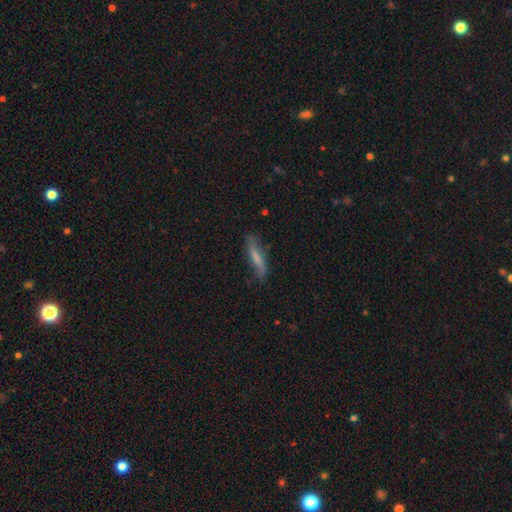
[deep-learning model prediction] Q: Smooth or featured?
A: smooth (52%); runner-up: featured or disk (40%)
Q: How rounded?
A: cigar-shaped (80%); runner-up: in between (18%)
Q: Merging?
A: none (73%); runner-up: minor disturbance (20%)